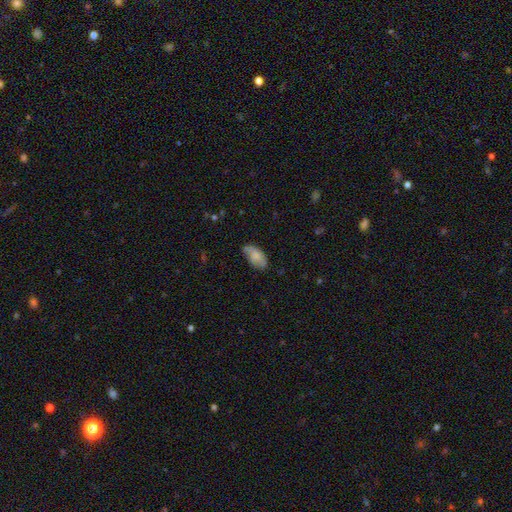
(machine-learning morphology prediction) Smooth or featured? Predicted: smooth (p=0.74). How rounded? Predicted: in between (p=0.92). Merging? Predicted: none (p=0.56).